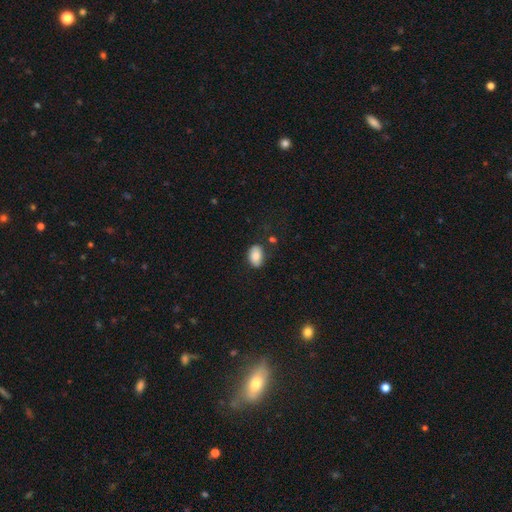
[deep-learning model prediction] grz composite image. It shows a smooth galaxy with no disk features (83%) that is in between round and cigar-shaped (88%). Merging: none (76%).